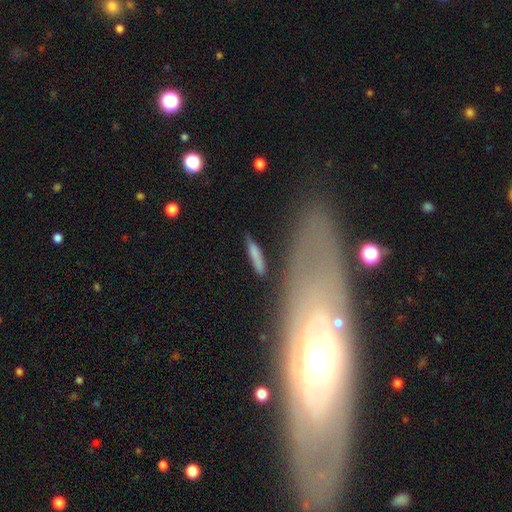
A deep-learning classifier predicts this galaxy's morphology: A smooth galaxy with no disk features (70%) that is cigar-shaped (79%).

Vote fractions:
- Smooth or featured? smooth: 70% / featured or disk: 21% / star or artifact: 9%
- How rounded? cigar-shaped: 79% / in between: 17% / round: 4%
- Merging? none: 79% / minor disturbance: 11% / merger: 5% / major disturbance: 5%